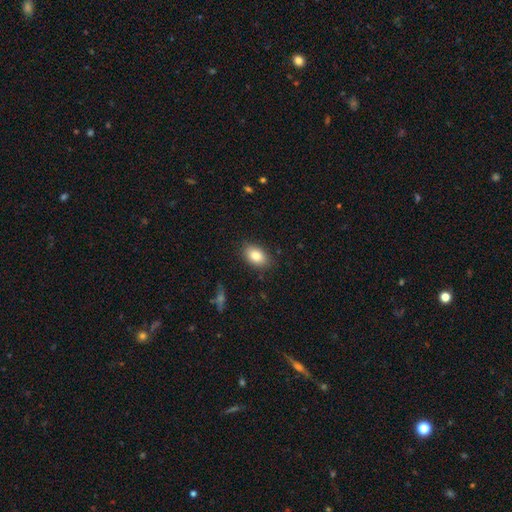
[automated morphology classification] smooth 83%, featured or disk 9%, star or artifact 8%. Down the decision tree: how rounded — in between (87%); merging — none (85%).